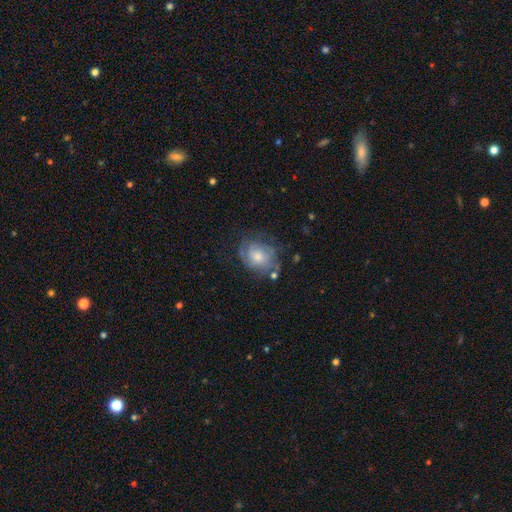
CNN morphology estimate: Smooth or featured? featured or disk (58%)
Edge-on disk? no (97%)
Bar? no (78%)
Spiral arms? yes (78%)
Bulge size? moderate (53%)
Merging? none (66%)